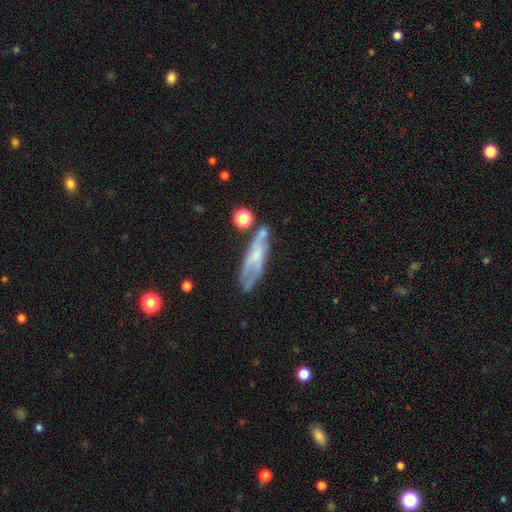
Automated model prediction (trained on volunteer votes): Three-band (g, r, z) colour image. It shows a featured or disk galaxy (61%). Merging: none (50%).